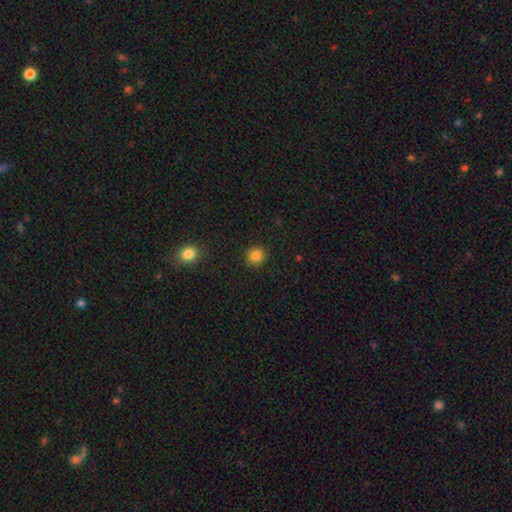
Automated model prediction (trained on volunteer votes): A smooth galaxy with no disk features (84%) that is round (92%).

Vote fractions:
- Smooth or featured? smooth: 84% / star or artifact: 11% / featured or disk: 4%
- How rounded? round: 92% / in between: 7% / cigar-shaped: 1%
- Merging? none: 92% / minor disturbance: 5% / major disturbance: 2% / merger: 1%